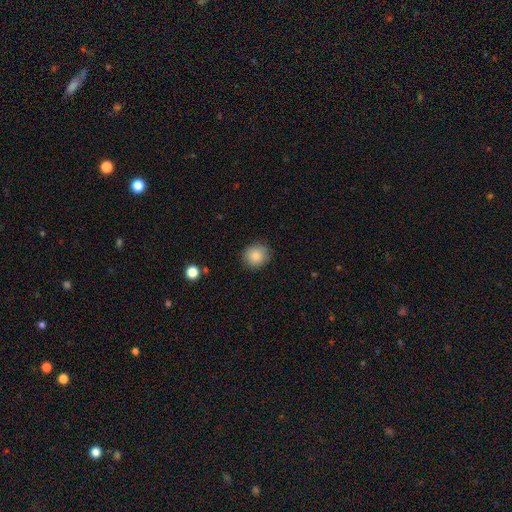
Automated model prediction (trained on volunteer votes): The model was most divided on "how rounded": round: 81%, in between: 18%, cigar-shaped: 1%. More confident: merging — none (86%); smooth or featured — smooth (85%).